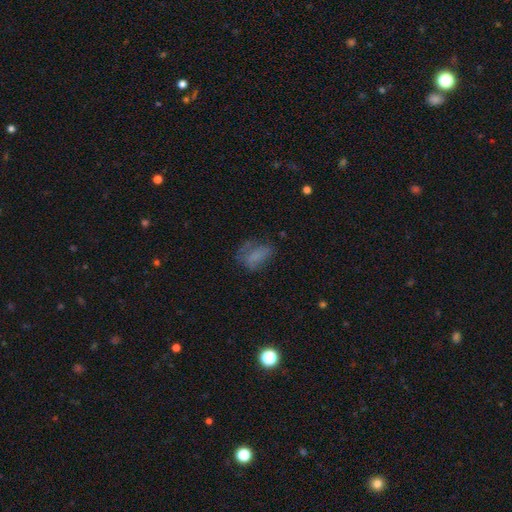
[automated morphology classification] smooth_or_featured: smooth (p=0.64) [alt: featured or disk p=0.20]
how_rounded: in between (p=0.81) [alt: round p=0.14]
merging: none (p=0.46) [alt: minor disturbance p=0.26]